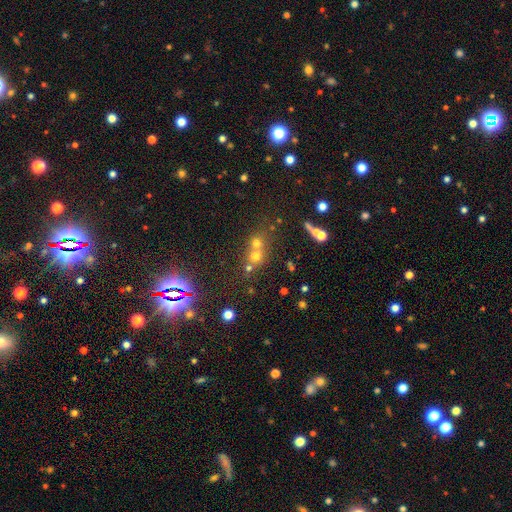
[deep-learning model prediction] smooth-or-featured: smooth: 52% | star or artifact: 32% | featured or disk: 16%
  how-rounded: round: 83% | in between: 16% | cigar-shaped: 2%
  merging: merger: 49% | none: 42% | minor disturbance: 6% | major disturbance: 3%